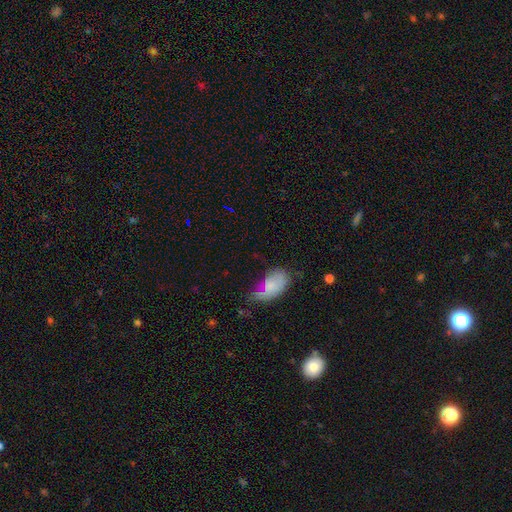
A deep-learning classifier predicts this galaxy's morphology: This appears to be a smooth galaxy with no disk features (63%) that is in between round and cigar-shaped (84%). Merging: none (52%).